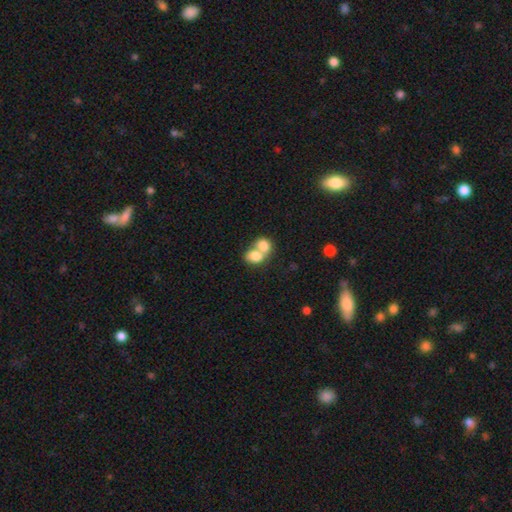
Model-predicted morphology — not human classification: Smooth or featured: smooth — 77% (featured or disk — 15%)
How rounded: in between — 54% (round — 45%)
Merging: merger — 75% (none — 17%)